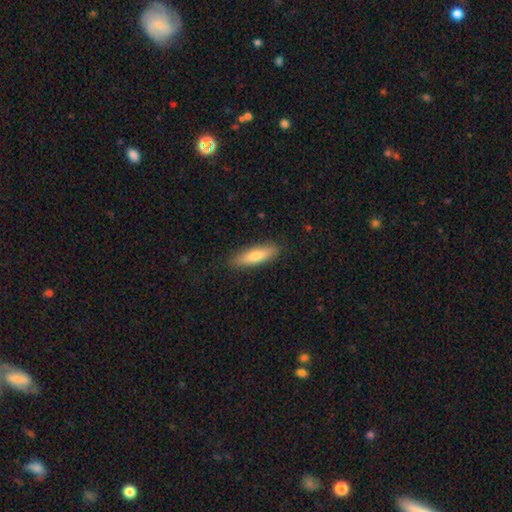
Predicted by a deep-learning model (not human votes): A smooth galaxy with no disk features (73%) that is cigar-shaped (64%). Merging: none (88%).